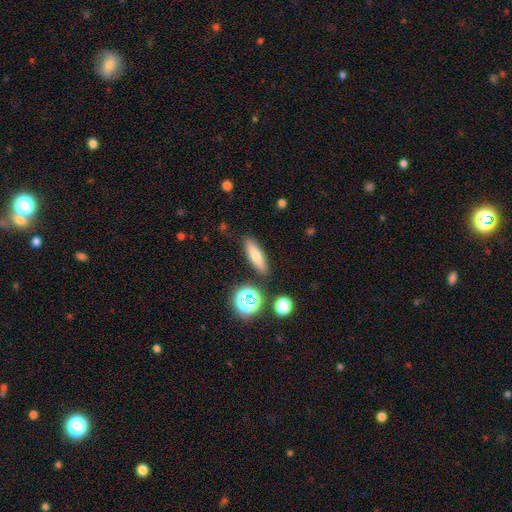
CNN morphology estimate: A smooth galaxy with no disk features (66%) that is cigar-shaped (61%). Merging: none (85%).